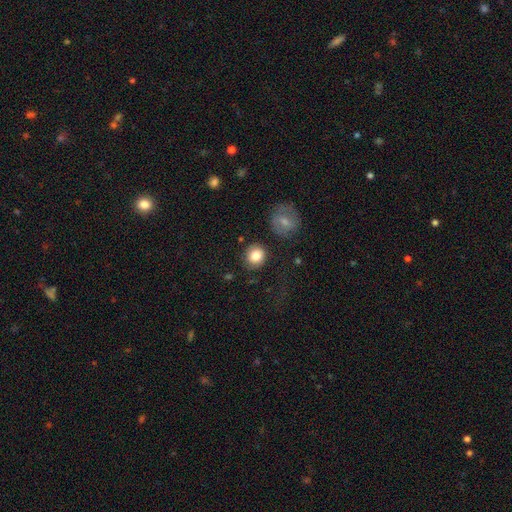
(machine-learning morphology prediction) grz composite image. It shows a smooth galaxy with no disk features (81%) that is round (85%). Merging: none (81%).